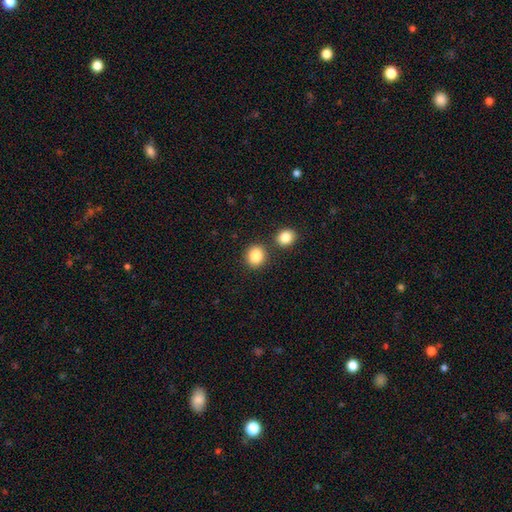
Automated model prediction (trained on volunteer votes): This is clearly a smooth galaxy (85%). How rounded: clearly round (82%). Merging: likely none (78%).